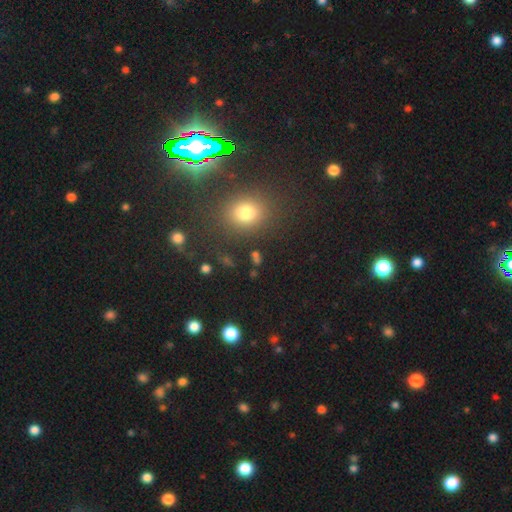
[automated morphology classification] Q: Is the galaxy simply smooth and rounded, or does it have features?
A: smooth — 61%.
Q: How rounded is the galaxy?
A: round — 68%.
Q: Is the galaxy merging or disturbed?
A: none — 85%.